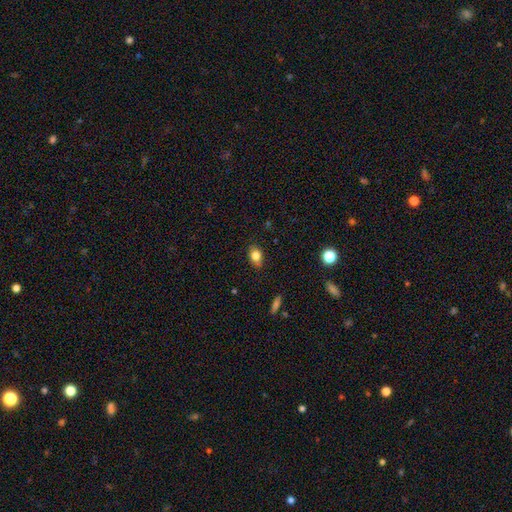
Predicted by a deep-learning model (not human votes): This is likely a smooth galaxy (80%). How rounded: likely in between (77%). Merging: clearly none (84%).